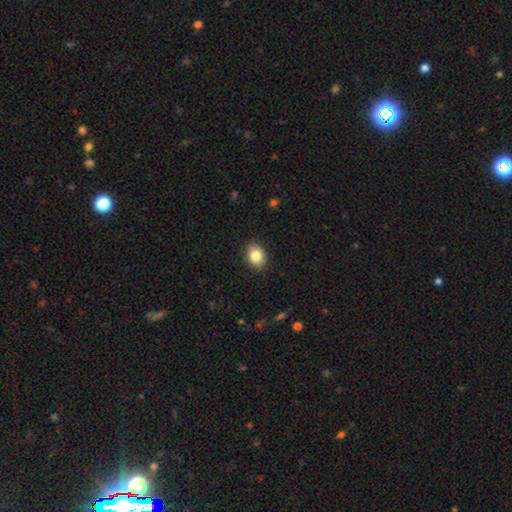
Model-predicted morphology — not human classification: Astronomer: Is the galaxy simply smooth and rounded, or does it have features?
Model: smooth — 86%.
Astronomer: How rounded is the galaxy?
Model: in between — 68%.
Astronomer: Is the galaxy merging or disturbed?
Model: none — 89%.